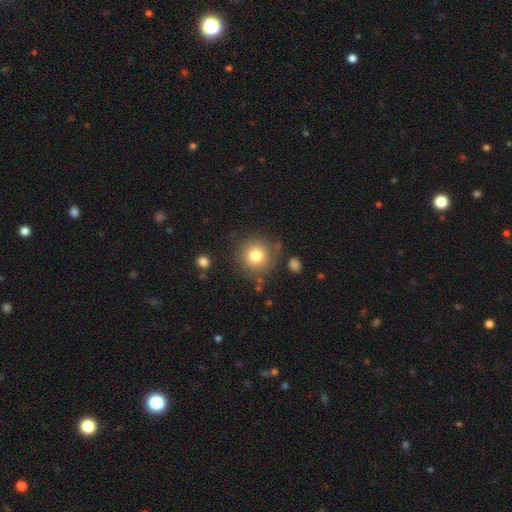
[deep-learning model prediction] smooth 80%, star or artifact 10%, featured or disk 10%. Down the decision tree: how rounded — round (92%); merging — none (78%).